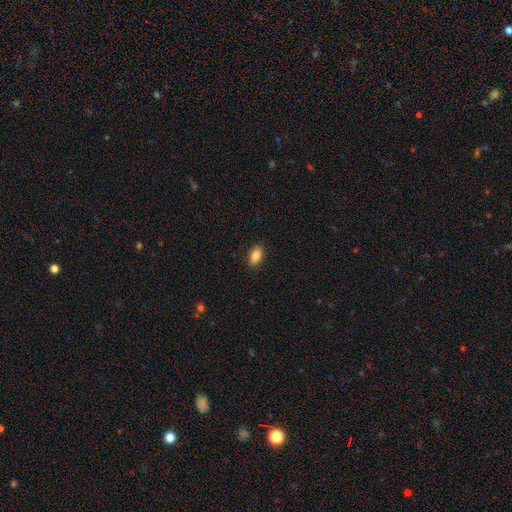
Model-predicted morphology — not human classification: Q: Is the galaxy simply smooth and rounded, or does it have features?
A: smooth — 87%.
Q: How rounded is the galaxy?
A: in between — 90%.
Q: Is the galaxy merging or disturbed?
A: none — 89%.